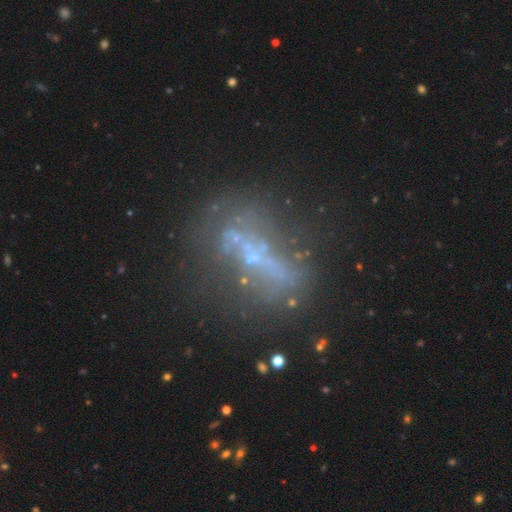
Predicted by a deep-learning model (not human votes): This is possibly a featured or disk galaxy (59%). It is likely not viewed edge-on (72%). Merging: possibly none (53%).